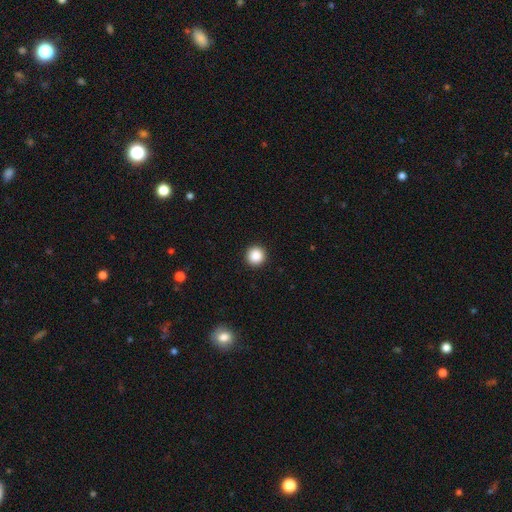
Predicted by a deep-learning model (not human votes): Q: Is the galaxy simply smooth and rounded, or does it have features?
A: smooth — 88%.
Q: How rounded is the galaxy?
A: round — 96%.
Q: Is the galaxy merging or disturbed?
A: none — 93%.